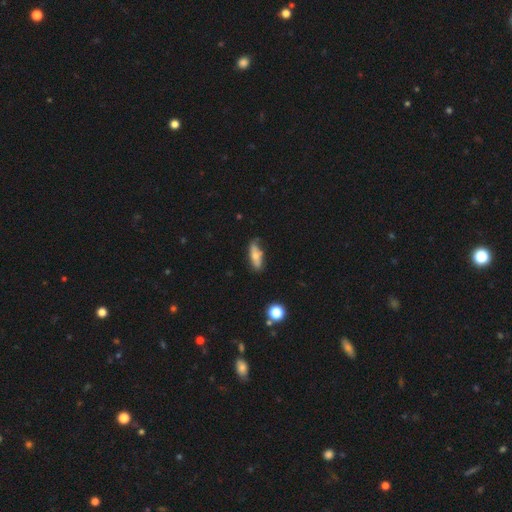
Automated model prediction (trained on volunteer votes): smooth 61%, featured or disk 31%, star or artifact 8%. Down the decision tree: how rounded — in between (61%); merging — none (63%).